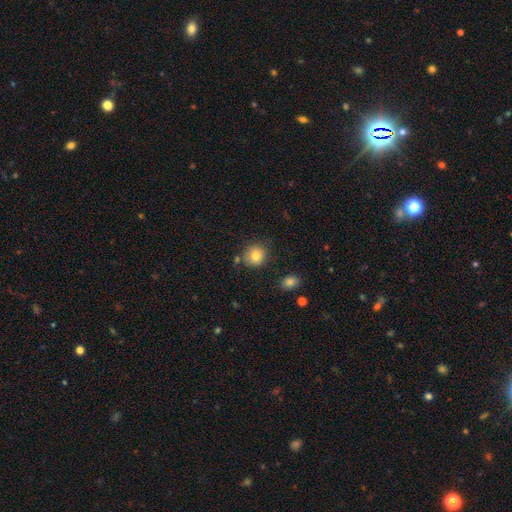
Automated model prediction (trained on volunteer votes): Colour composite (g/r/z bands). It shows a smooth galaxy with no disk features (83%) that is round (81%). Merging: none (76%).